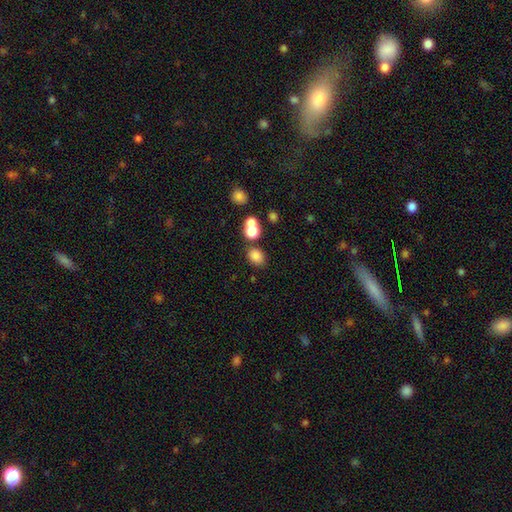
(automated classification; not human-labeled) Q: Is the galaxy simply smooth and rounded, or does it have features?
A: smooth — 80%.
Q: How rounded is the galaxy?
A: in between — 51%.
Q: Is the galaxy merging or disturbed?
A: none — 63%.